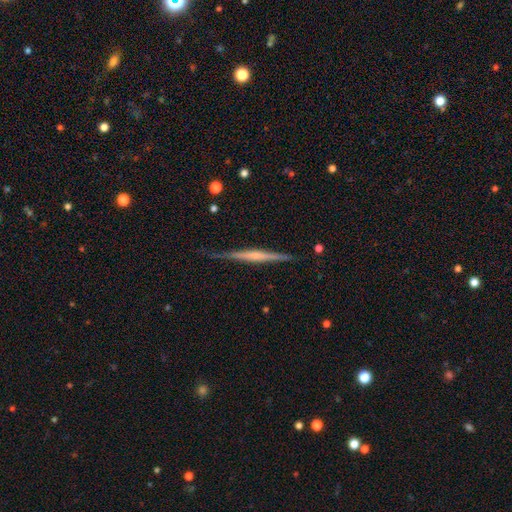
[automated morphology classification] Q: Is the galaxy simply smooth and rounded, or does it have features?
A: featured or disk — 71%.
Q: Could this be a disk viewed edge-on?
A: yes — 98%.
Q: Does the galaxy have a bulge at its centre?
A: none — 43%.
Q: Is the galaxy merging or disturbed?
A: none — 82%.